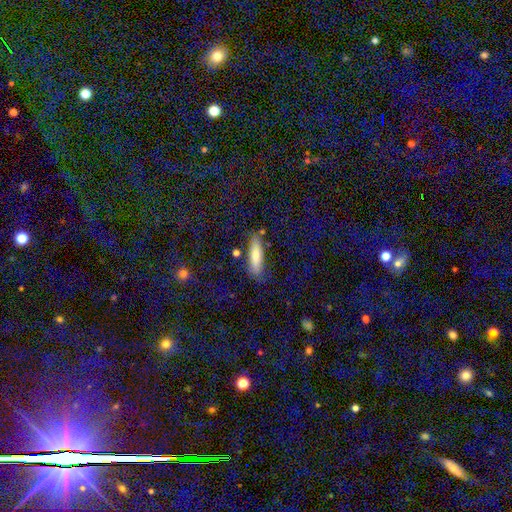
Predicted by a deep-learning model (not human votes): Smooth or featured? smooth (75%)
How rounded? cigar-shaped (64%)
Merging? none (79%)